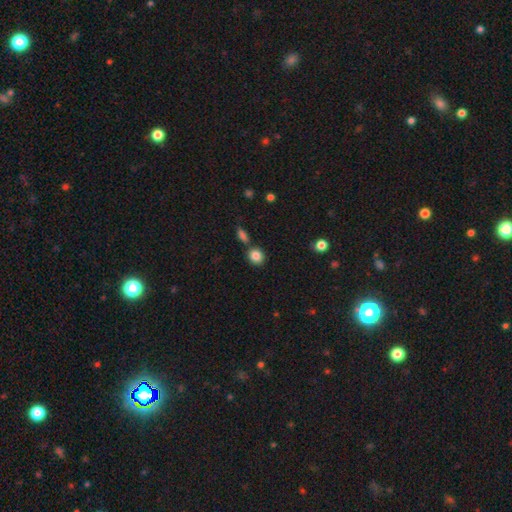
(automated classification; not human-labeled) Smooth or featured? Predicted: smooth (p=0.85). How rounded? Predicted: round (p=0.78). Merging? Predicted: none (p=0.73).